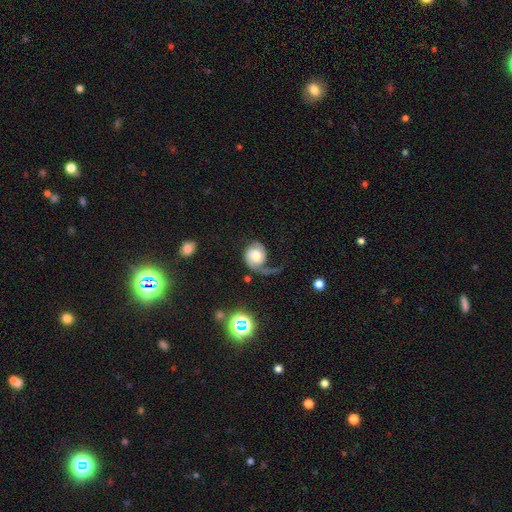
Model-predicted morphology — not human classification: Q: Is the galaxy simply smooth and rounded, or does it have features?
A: featured or disk — 70%.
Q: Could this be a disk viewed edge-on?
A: no — 98%.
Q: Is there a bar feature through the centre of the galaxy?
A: no — 67%.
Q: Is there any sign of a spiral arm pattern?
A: yes — 94%.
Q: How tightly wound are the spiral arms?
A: loose — 41%.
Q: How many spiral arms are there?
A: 1 — 58%.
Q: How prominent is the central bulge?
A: moderate — 52%.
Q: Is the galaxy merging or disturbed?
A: major disturbance — 41%.